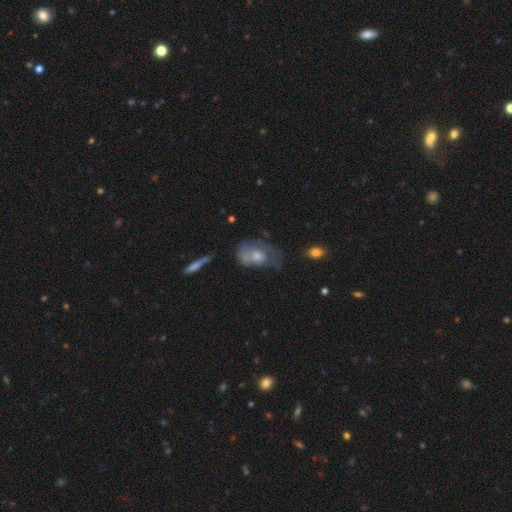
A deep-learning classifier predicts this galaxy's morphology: Smooth or featured? featured or disk (49%)
Merging? major disturbance (37%)